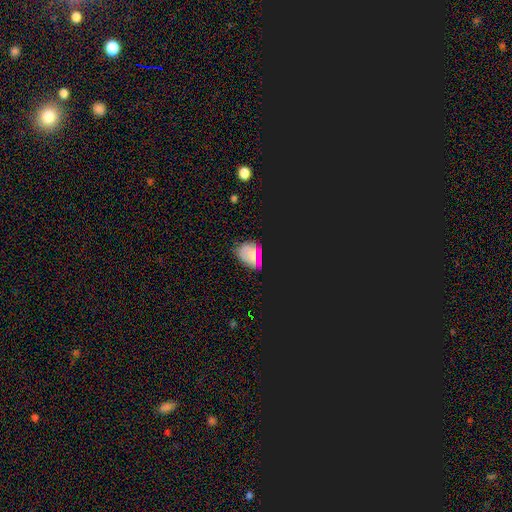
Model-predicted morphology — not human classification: The model was most divided on "smooth or featured": star or artifact: 52%, smooth: 37%, featured or disk: 11%.